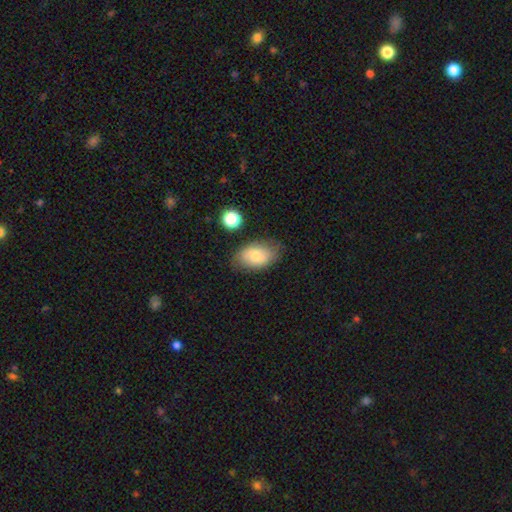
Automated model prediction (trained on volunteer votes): Overall: smooth (73%). How rounded: in between (90%). Merging: none (73%).